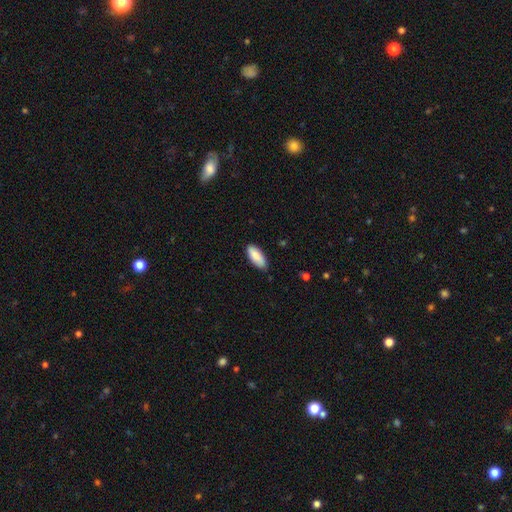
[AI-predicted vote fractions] Smooth or featured: smooth — 89% (featured or disk — 6%)
How rounded: in between — 80% (cigar-shaped — 19%)
Merging: none — 84% (minor disturbance — 13%)